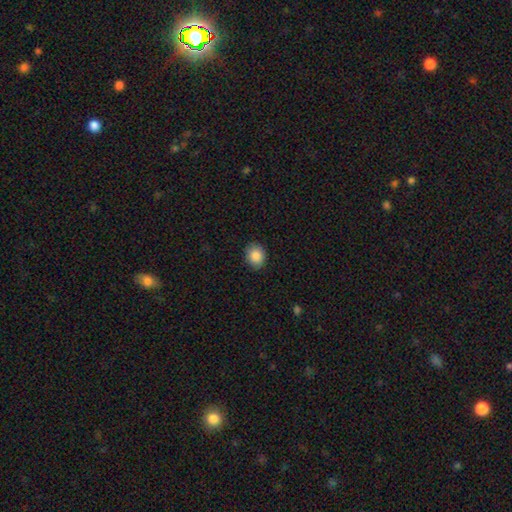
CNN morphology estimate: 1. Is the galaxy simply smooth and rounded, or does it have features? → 87% smooth, 8% star or artifact, 5% featured or disk.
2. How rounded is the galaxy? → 55% round, 44% in between, 1% cigar-shaped.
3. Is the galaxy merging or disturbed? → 88% none, 9% minor disturbance, 2% major disturbance, 1% merger.